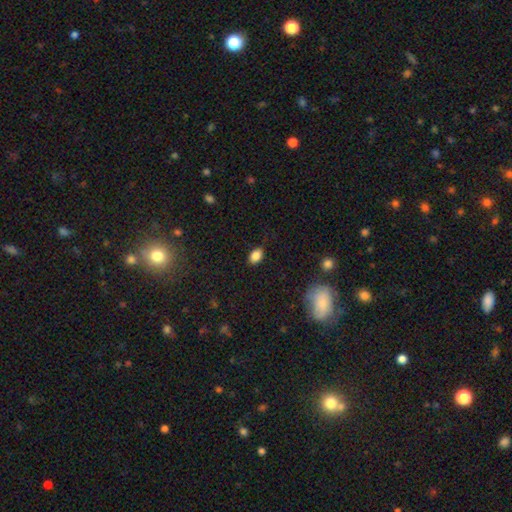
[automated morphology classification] This appears to be a smooth galaxy with no disk features (85%) that is in between round and cigar-shaped (82%). Merging: none (80%).